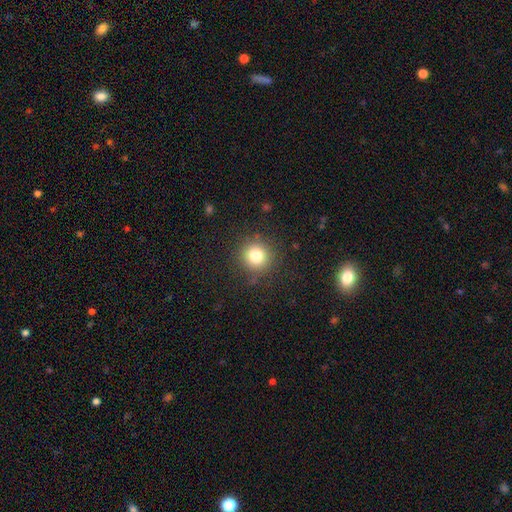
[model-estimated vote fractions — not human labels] Q: Smooth or featured?
A: smooth (79%); runner-up: star or artifact (13%)
Q: How rounded?
A: round (93%); runner-up: in between (6%)
Q: Merging?
A: none (88%); runner-up: minor disturbance (8%)